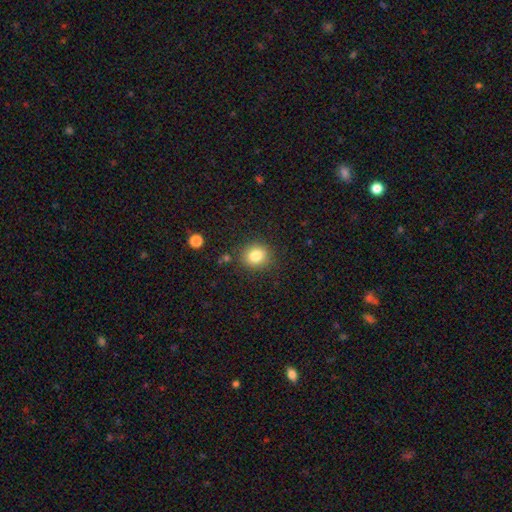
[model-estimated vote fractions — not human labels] Smooth or featured? smooth (83%)
How rounded? round (76%)
Merging? none (86%)